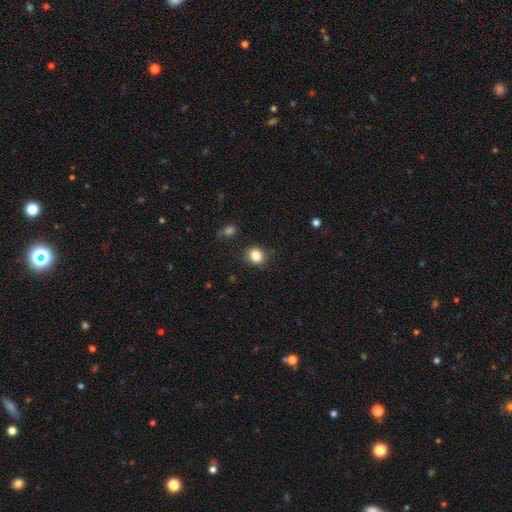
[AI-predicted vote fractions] A smooth galaxy with no disk features (84%) that is round (69%). Merging: none (83%).